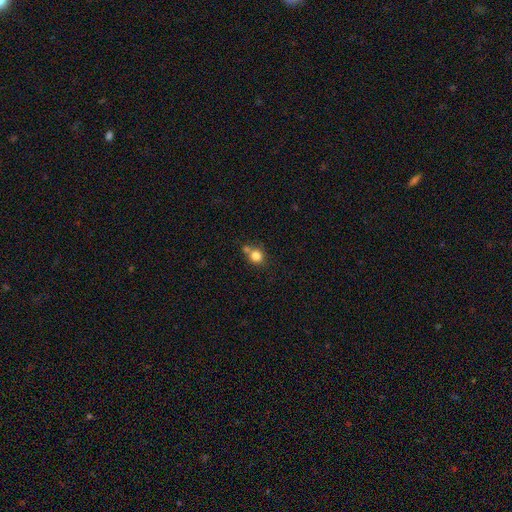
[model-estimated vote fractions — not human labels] smooth 81%, star or artifact 11%, featured or disk 8%. Down the decision tree: how rounded — round (80%); merging — none (55%).